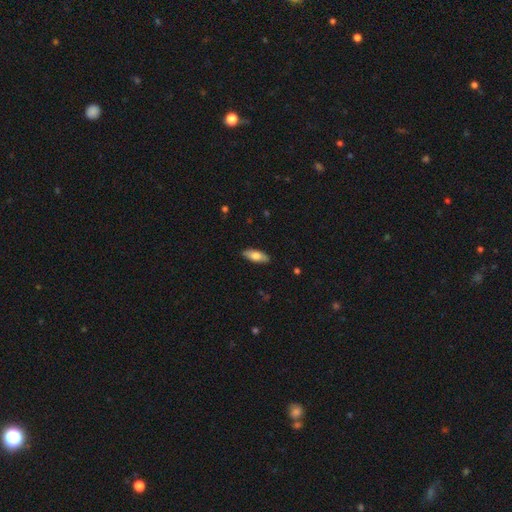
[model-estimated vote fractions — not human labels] smooth-or-featured: smooth: 73% | featured or disk: 21% | star or artifact: 6%
  how-rounded: in between: 78% | cigar-shaped: 20% | round: 2%
  merging: none: 89% | minor disturbance: 9% | major disturbance: 2% | merger: 1%